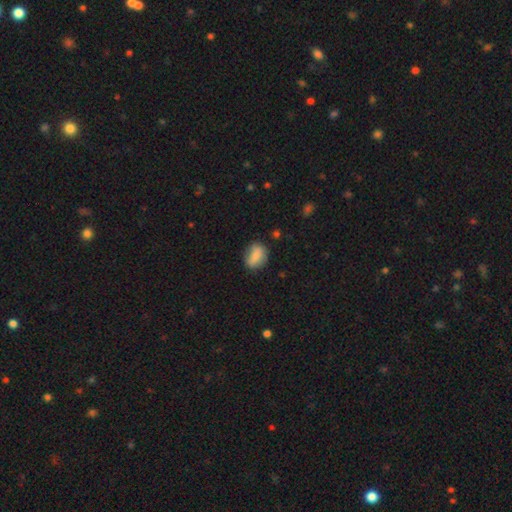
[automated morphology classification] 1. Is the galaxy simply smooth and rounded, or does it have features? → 79% smooth, 13% featured or disk, 8% star or artifact.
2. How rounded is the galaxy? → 73% in between, 24% round, 3% cigar-shaped.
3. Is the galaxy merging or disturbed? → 66% none, 25% minor disturbance, 6% major disturbance, 3% merger.